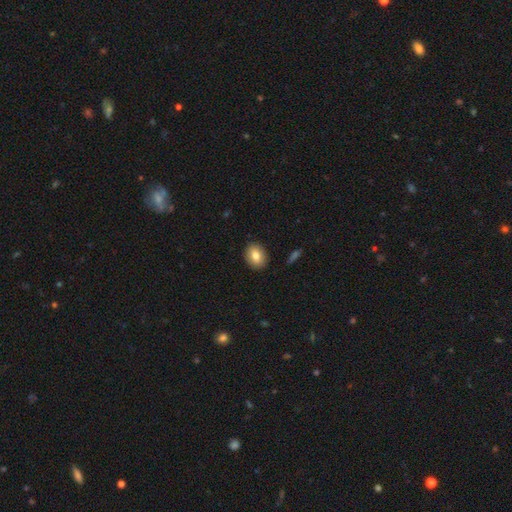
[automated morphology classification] Overall: smooth (80%). How rounded: in between (64%; round 35%). Merging: none (89%).